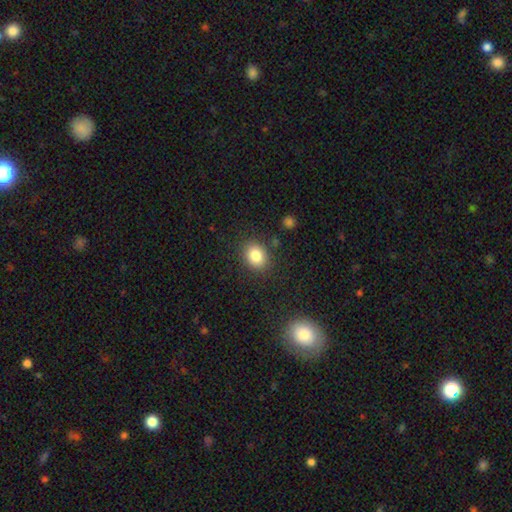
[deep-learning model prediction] Overall: smooth (83%). How rounded: round (52%; in between 47%). Merging: none (85%).